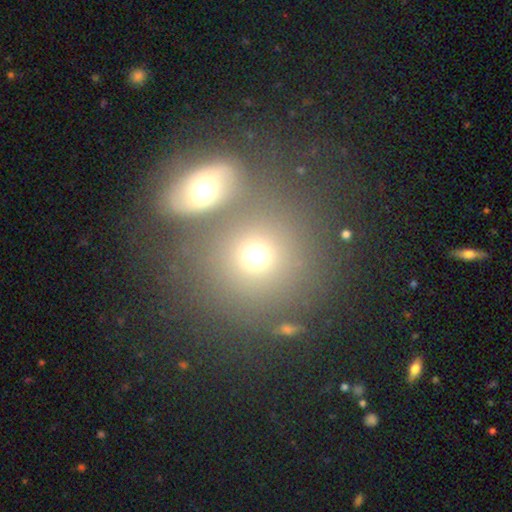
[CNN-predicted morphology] smooth-or-featured: smooth: 70% | star or artifact: 16% | featured or disk: 14%
  how-rounded: round: 86% | in between: 13% | cigar-shaped: 1%
  merging: none: 53% | merger: 33% | minor disturbance: 8% | major disturbance: 5%